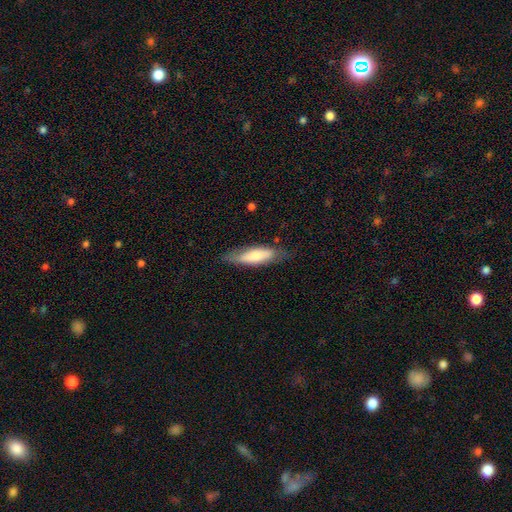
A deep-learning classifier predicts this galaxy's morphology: This is likely a smooth galaxy (69%). How rounded: possibly cigar-shaped (50%). Merging: likely none (73%).